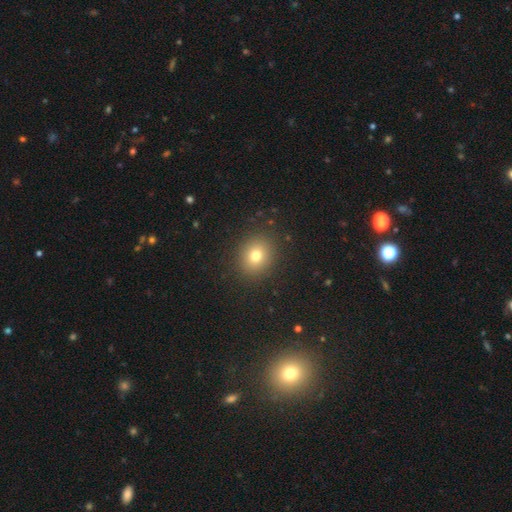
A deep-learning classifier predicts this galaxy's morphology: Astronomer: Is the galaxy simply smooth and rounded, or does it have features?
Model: smooth — 75%.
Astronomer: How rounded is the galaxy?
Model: round — 71%.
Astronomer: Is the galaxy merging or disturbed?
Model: none — 89%.